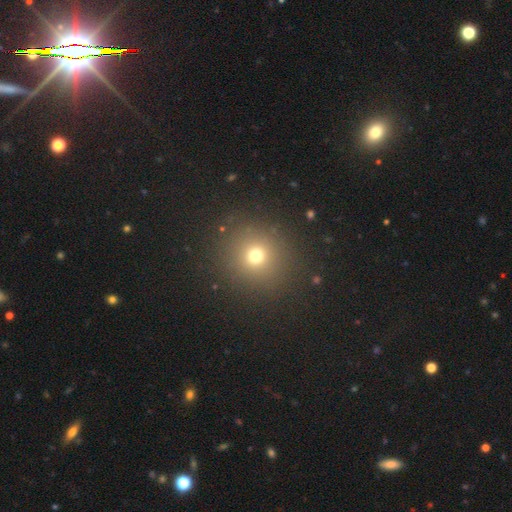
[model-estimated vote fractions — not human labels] smooth-or-featured: smooth: 69% | star or artifact: 22% | featured or disk: 9%
  how-rounded: round: 91% | in between: 8% | cigar-shaped: 1%
  merging: none: 88% | minor disturbance: 7% | major disturbance: 4% | merger: 2%